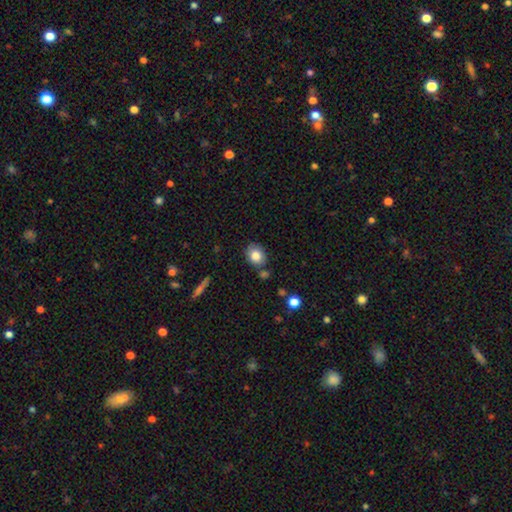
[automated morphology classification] Q: Smooth or featured?
A: smooth (81%); runner-up: featured or disk (10%)
Q: How rounded?
A: round (54%); runner-up: in between (45%)
Q: Merging?
A: none (76%); runner-up: minor disturbance (14%)